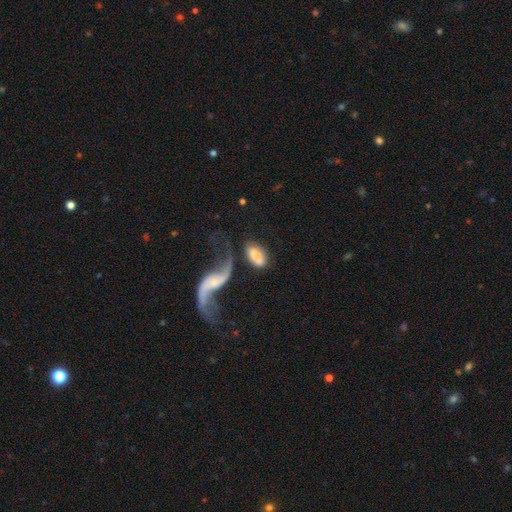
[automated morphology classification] smooth-or-featured: smooth: 59% | featured or disk: 34% | star or artifact: 7%
  how-rounded: in between: 90% | round: 6% | cigar-shaped: 3%
  merging: merger: 42% | none: 27% | major disturbance: 17% | minor disturbance: 14%